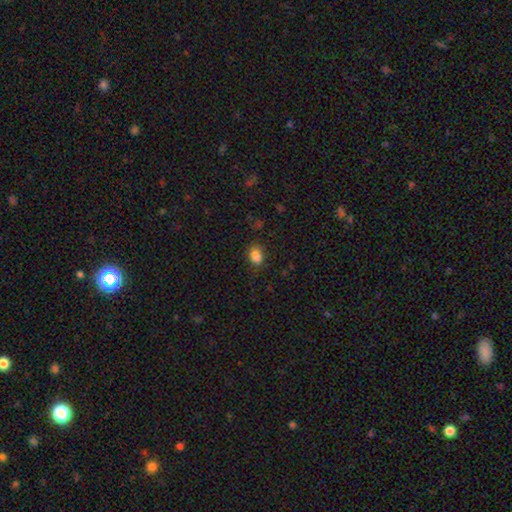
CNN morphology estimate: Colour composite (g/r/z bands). It shows a smooth galaxy with no disk features (82%) that is in between round and cigar-shaped (73%). Merging: none (68%).